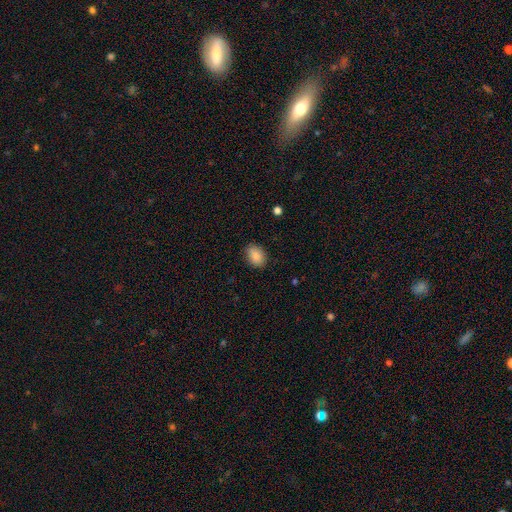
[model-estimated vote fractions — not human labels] Smooth or featured?
  - smooth: 86% *
  - star or artifact: 8%
  - featured or disk: 6%
How rounded?
  - in between: 73% *
  - round: 26%
  - cigar-shaped: 1%
Merging?
  - none: 86% *
  - minor disturbance: 11%
  - major disturbance: 2%
  - merger: 1%